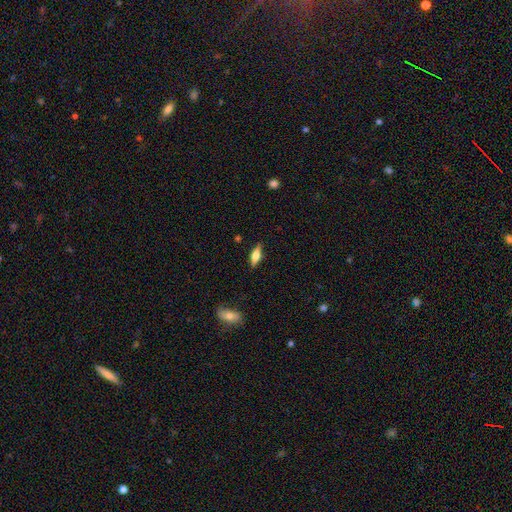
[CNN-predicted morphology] Q: Smooth or featured?
A: smooth (53%); runner-up: featured or disk (40%)
Q: How rounded?
A: in between (57%); runner-up: cigar-shaped (40%)
Q: Merging?
A: none (84%); runner-up: minor disturbance (12%)